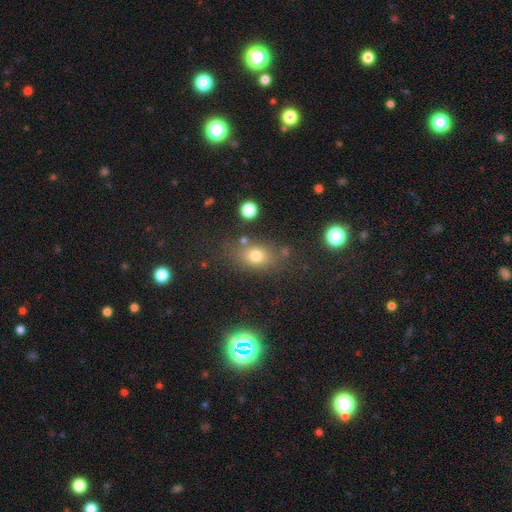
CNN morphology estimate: Overall: smooth (74%). How rounded: in between (65%; round 32%). Merging: none (72%).